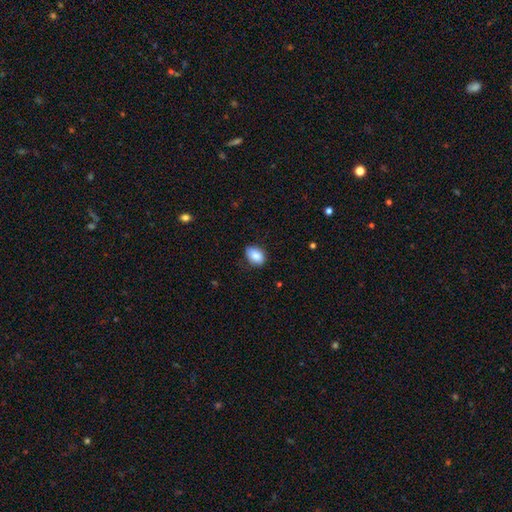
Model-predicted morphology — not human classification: This appears to be a smooth galaxy with no disk features (84%) that is in between round and cigar-shaped (79%). Merging: none (77%).